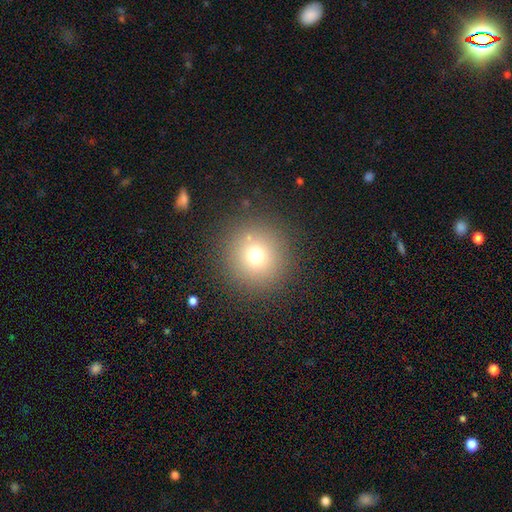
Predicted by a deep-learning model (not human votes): A smooth galaxy with no disk features (71%) that is round (96%). Merging: none (87%).